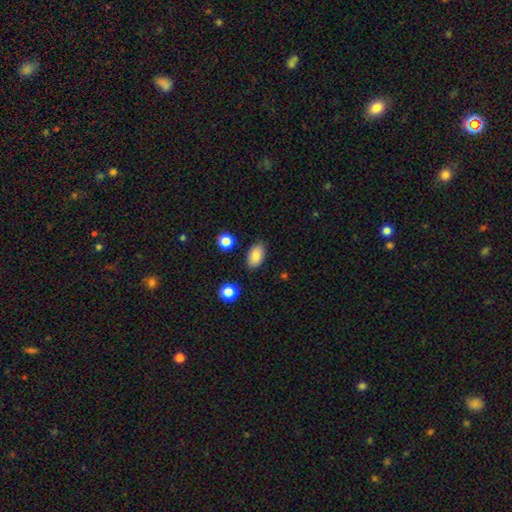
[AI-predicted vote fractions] Q: Smooth or featured?
A: smooth (85%); runner-up: star or artifact (8%)
Q: How rounded?
A: in between (91%); runner-up: round (7%)
Q: Merging?
A: none (84%); runner-up: minor disturbance (11%)